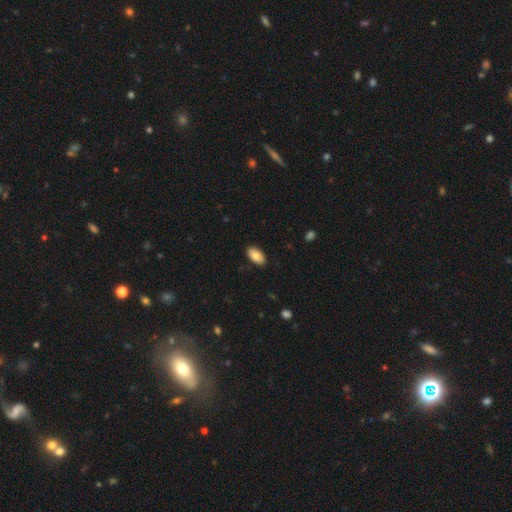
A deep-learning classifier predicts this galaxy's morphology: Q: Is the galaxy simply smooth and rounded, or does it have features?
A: smooth — 80%.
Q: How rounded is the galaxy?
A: in between — 94%.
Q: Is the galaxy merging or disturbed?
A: none — 88%.